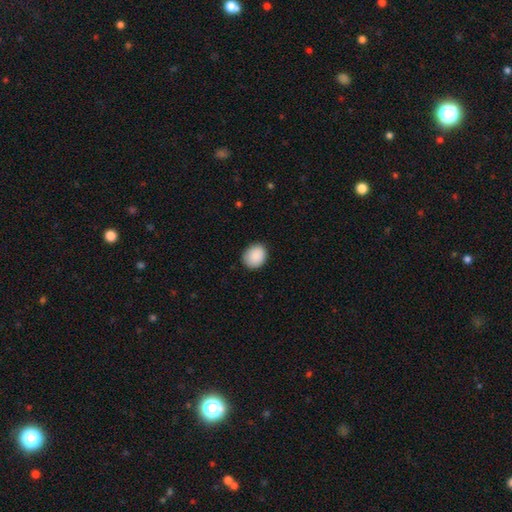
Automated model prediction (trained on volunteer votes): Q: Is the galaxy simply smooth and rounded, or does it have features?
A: smooth — 90%.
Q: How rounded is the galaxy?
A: round — 63%.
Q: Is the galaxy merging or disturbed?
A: none — 86%.